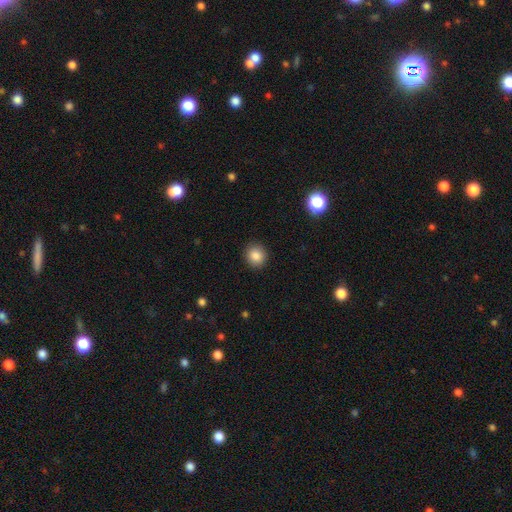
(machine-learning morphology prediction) This is clearly a smooth galaxy (86%). How rounded: clearly round (87%). Merging: clearly none (91%).